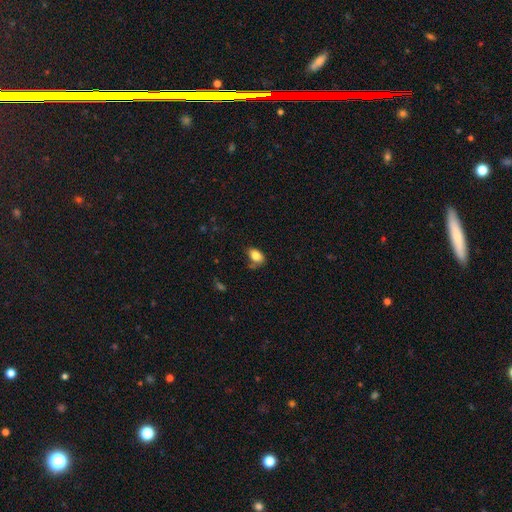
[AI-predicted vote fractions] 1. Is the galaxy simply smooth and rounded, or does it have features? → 83% smooth, 9% star or artifact, 8% featured or disk.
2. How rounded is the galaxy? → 87% in between, 12% round, 2% cigar-shaped.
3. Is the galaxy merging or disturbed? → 61% none, 25% minor disturbance, 7% major disturbance, 7% merger.